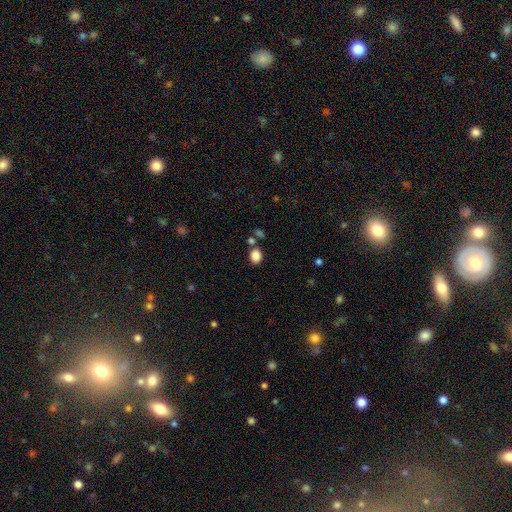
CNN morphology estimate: smooth_or_featured: smooth (p=0.85) [alt: star or artifact p=0.10]
how_rounded: in between (p=0.55) [alt: round p=0.44]
merging: none (p=0.77) [alt: minor disturbance p=0.10]